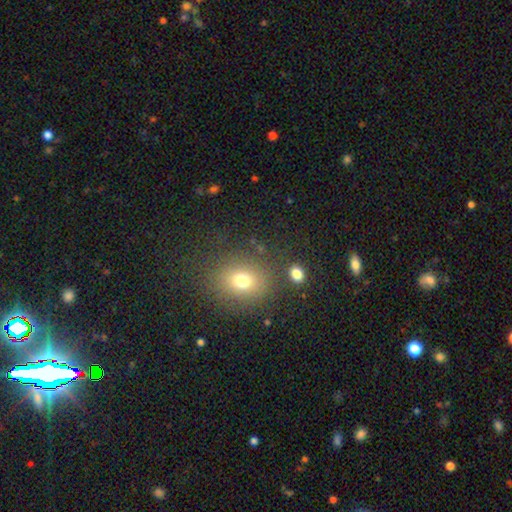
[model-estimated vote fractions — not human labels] Morphology: type=smooth (53%); roundness=round (66%); merging=none (85%).